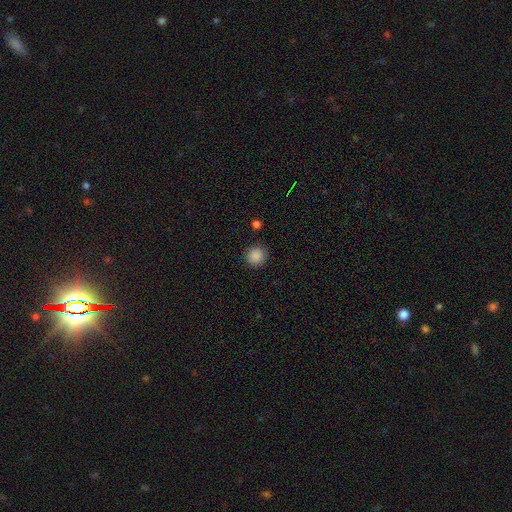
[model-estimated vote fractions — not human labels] Q: Smooth or featured?
A: smooth (87%); runner-up: star or artifact (10%)
Q: How rounded?
A: round (93%); runner-up: in between (6%)
Q: Merging?
A: none (90%); runner-up: minor disturbance (6%)